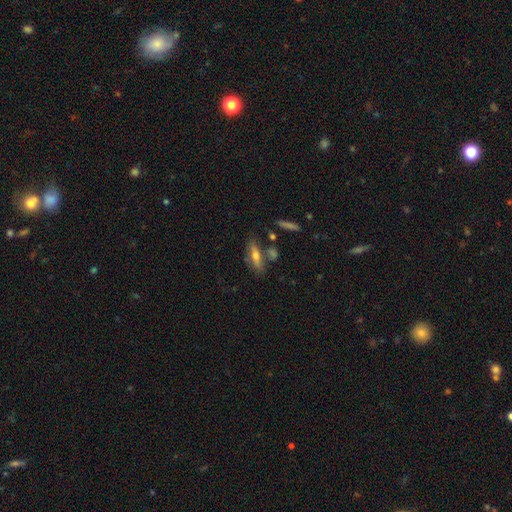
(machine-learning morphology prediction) smooth 52%, featured or disk 40%, star or artifact 8%. Down the decision tree: how rounded — cigar-shaped (59%); merging — none (67%).